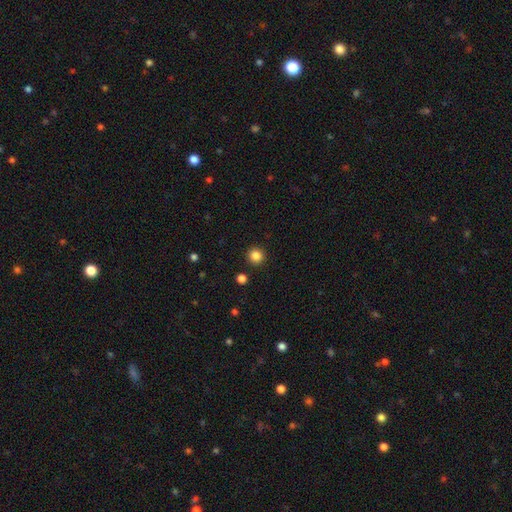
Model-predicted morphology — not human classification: The model was most divided on "smooth or featured": smooth: 85%, star or artifact: 12%, featured or disk: 3%. More confident: how rounded — round (95%); merging — none (92%).